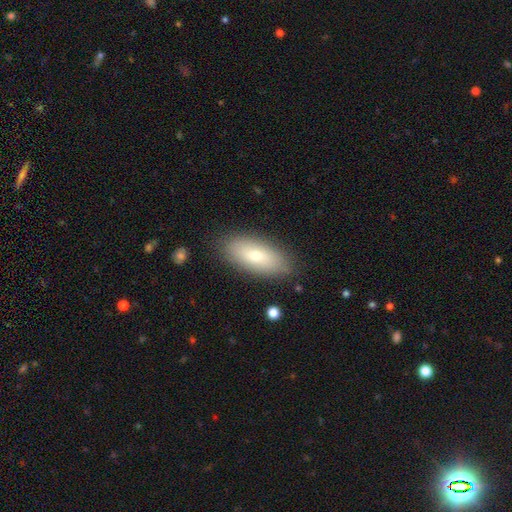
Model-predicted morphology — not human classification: Smooth or featured?
  - smooth: 67% *
  - featured or disk: 25%
  - star or artifact: 8%
How rounded?
  - in between: 85% *
  - cigar-shaped: 11%
  - round: 4%
Merging?
  - none: 84% *
  - minor disturbance: 11%
  - major disturbance: 3%
  - merger: 1%